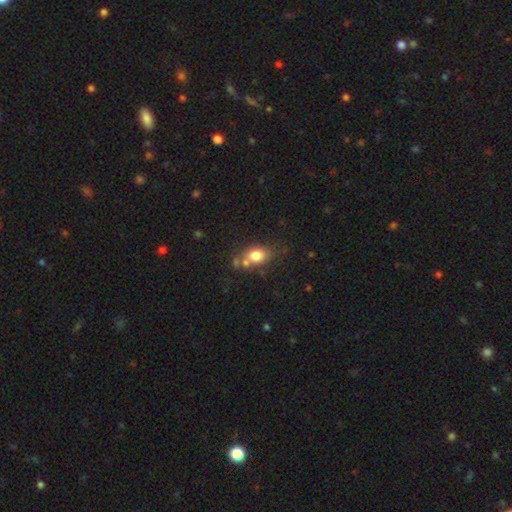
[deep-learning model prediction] Morphology: type=smooth (77%); roundness=in between (67%); merging=none (52%).